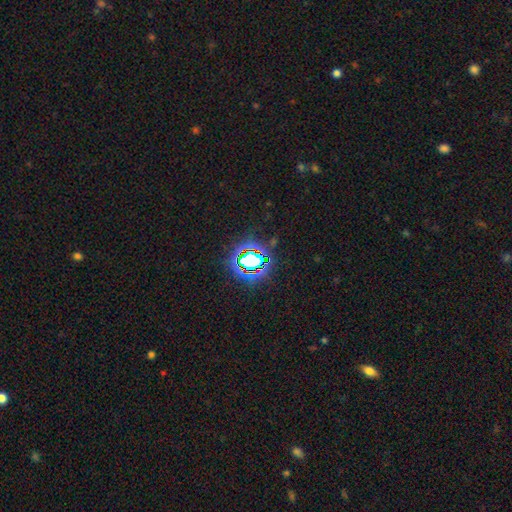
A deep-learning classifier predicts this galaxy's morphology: smooth_or_featured: star or artifact (p=0.81) [alt: smooth p=0.12]